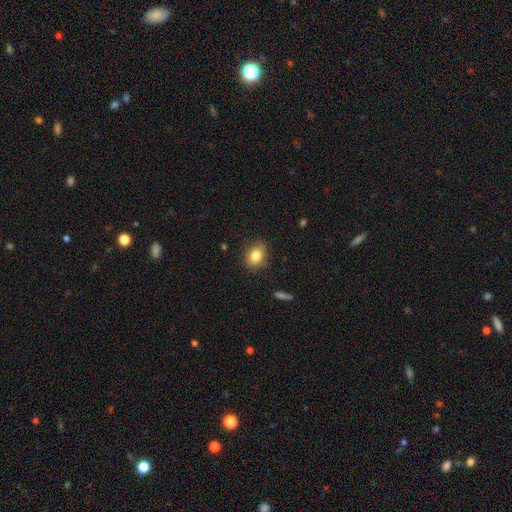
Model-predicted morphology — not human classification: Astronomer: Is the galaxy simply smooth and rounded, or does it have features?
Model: smooth — 83%.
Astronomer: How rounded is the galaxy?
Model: in between — 60% (runner-up: round, 39%).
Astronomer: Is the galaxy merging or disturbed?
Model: none — 82%.